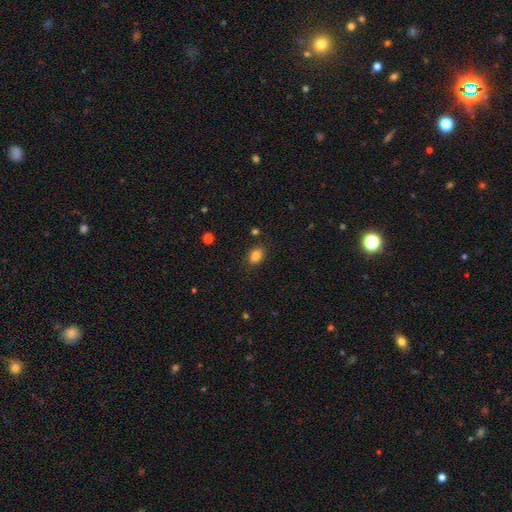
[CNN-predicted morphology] Smooth or featured: smooth — 84% (star or artifact — 10%)
How rounded: in between — 79% (round — 20%)
Merging: none — 85% (minor disturbance — 11%)